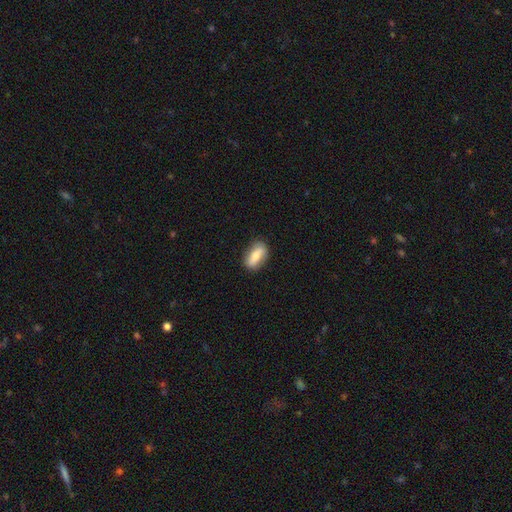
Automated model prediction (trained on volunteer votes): smooth 71%, featured or disk 22%, star or artifact 7%. Down the decision tree: how rounded — in between (83%); merging — none (81%).